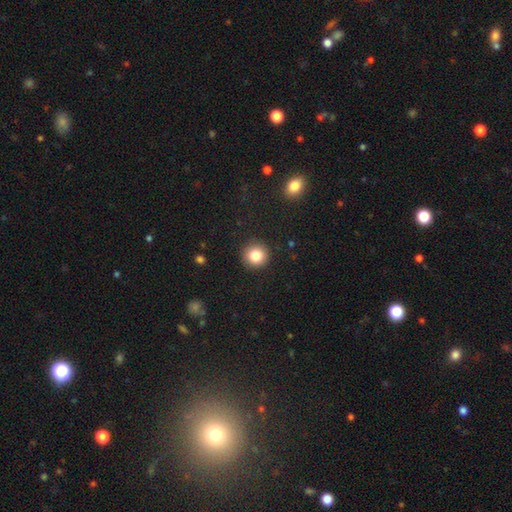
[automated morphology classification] Q: Smooth or featured?
A: smooth (83%); runner-up: star or artifact (11%)
Q: How rounded?
A: round (94%); runner-up: in between (5%)
Q: Merging?
A: none (91%); runner-up: minor disturbance (6%)